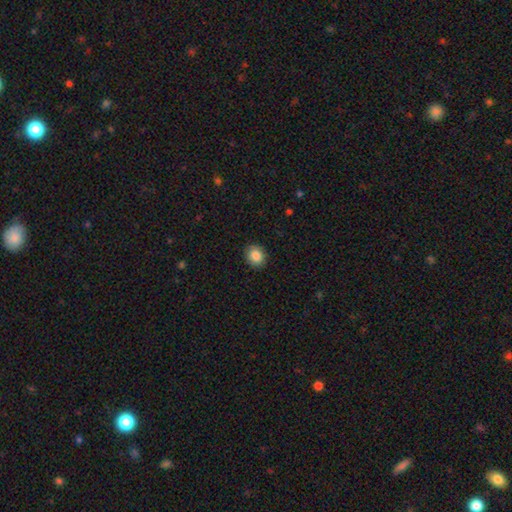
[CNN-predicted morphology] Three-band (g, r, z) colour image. It shows a smooth galaxy with no disk features (86%) that is round (64%). Merging: none (90%).